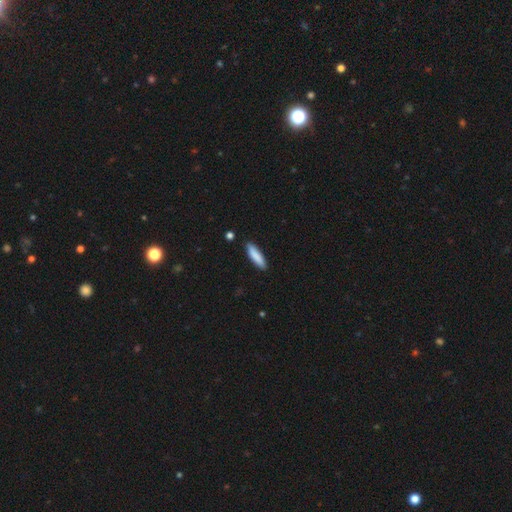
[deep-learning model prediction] Q: Smooth or featured?
A: smooth (86%); runner-up: featured or disk (8%)
Q: How rounded?
A: cigar-shaped (74%); runner-up: in between (25%)
Q: Merging?
A: none (88%); runner-up: minor disturbance (9%)